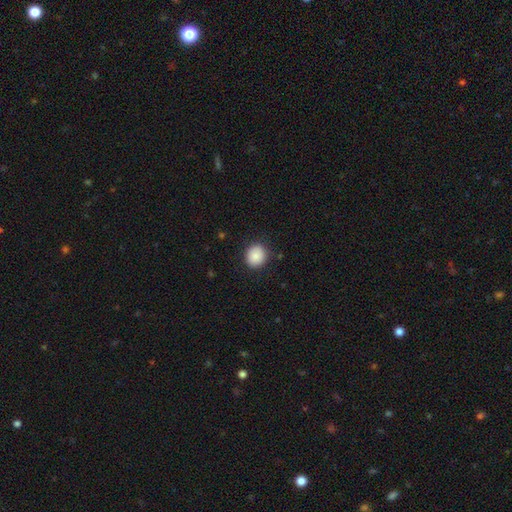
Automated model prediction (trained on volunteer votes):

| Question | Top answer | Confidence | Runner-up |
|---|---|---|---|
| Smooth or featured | smooth | 88% | star or artifact (8%) |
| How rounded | round | 79% | in between (20%) |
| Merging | none | 88% | minor disturbance (8%) |